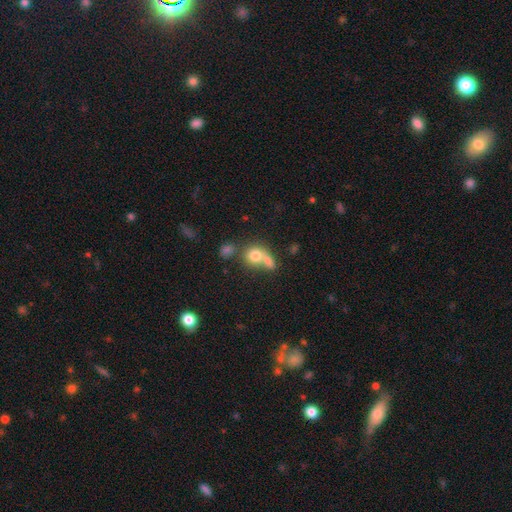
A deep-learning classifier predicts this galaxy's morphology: The model was most divided on "merging": merger: 56%, none: 29%, minor disturbance: 9%, major disturbance: 7%. More confident: smooth or featured — smooth (75%); how rounded — round (67%).